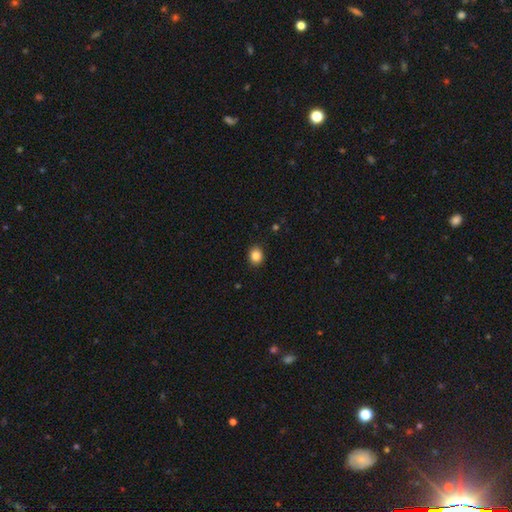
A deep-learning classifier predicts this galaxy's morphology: Smooth or featured? smooth (85%)
How rounded? round (70%)
Merging? none (90%)